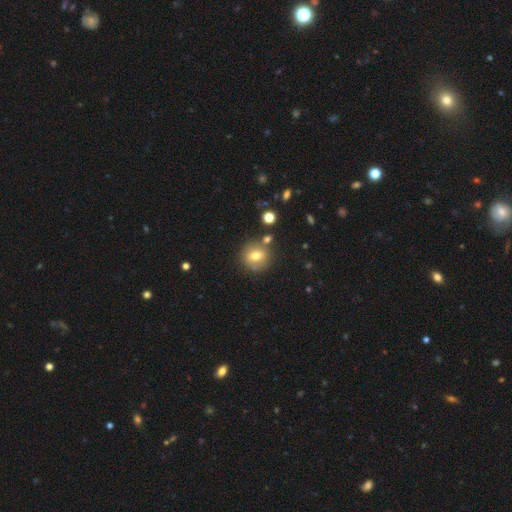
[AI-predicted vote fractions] A smooth galaxy with no disk features (68%) that is round (84%).

Vote fractions:
- Smooth or featured? smooth: 68% / featured or disk: 20% / star or artifact: 11%
- How rounded? round: 84% / in between: 15% / cigar-shaped: 1%
- Merging? none: 77% / minor disturbance: 11% / merger: 8% / major disturbance: 3%